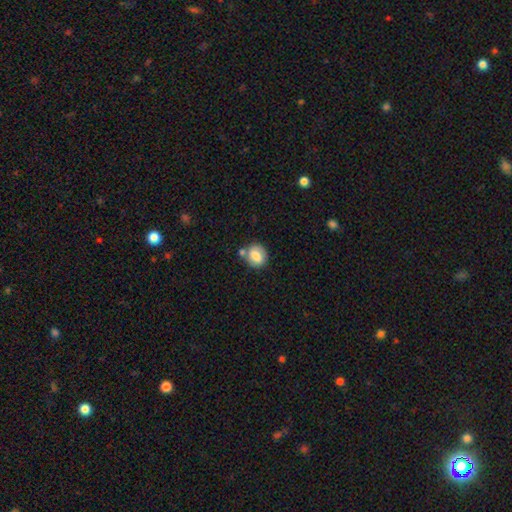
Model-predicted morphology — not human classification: smooth-or-featured: smooth: 75% | featured or disk: 17% | star or artifact: 8%
  how-rounded: round: 70% | in between: 29% | cigar-shaped: 1%
  merging: none: 62% | merger: 17% | minor disturbance: 16% | major disturbance: 4%